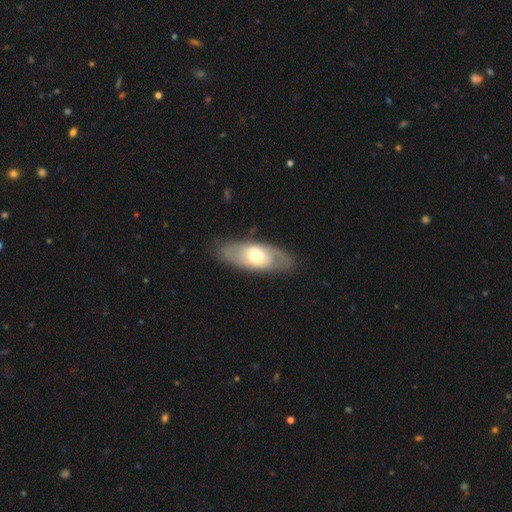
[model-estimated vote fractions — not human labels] smooth-or-featured: featured or disk: 49% | smooth: 46% | star or artifact: 5%
  merging: none: 80% | minor disturbance: 14% | major disturbance: 5% | merger: 1%